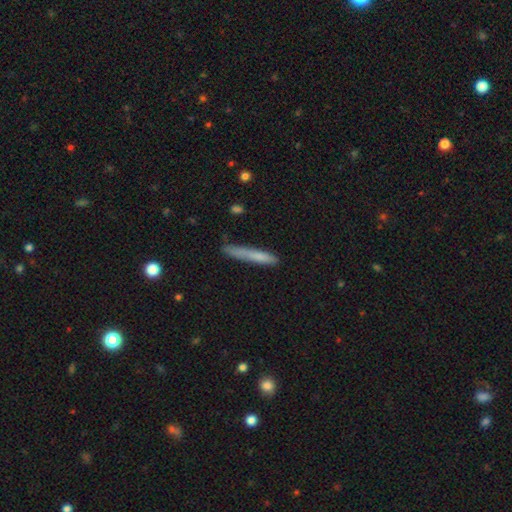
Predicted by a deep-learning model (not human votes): Smooth or featured: smooth — 73% (featured or disk — 20%)
How rounded: cigar-shaped — 95% (in between — 4%)
Merging: none — 74% (minor disturbance — 20%)